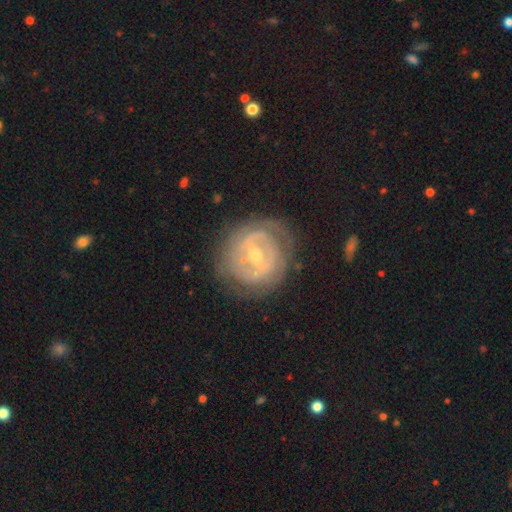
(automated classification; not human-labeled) smooth-or-featured: featured or disk: 82% | smooth: 12% | star or artifact: 5%
  disk-edge-on: no: 96% | yes: 4%
    bar: weak: 44% | strong: 37% | no: 19%
    has-spiral-arms: yes: 77% | no: 23%
      spiral-winding: tight: 68% | medium: 23% | loose: 8%
      spiral-arm-count: can't tell: 41% | 2: 35% | 3: 11% | 1: 5% | 4: 5% | more than 4: 4%
    bulge-size: moderate: 49% | small: 47% | large: 2% | none: 1% | dominant: 1%
  merging: none: 75% | minor disturbance: 16% | major disturbance: 7% | merger: 2%